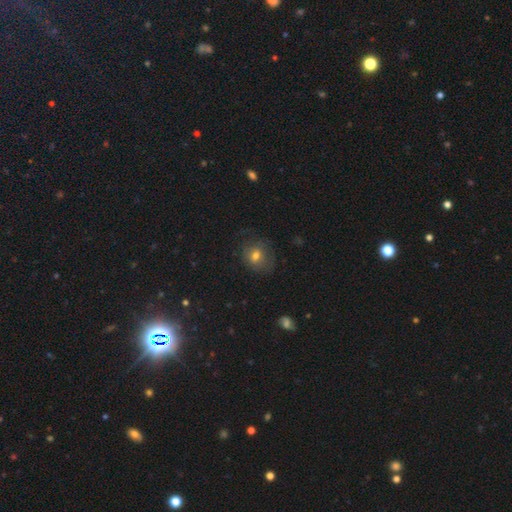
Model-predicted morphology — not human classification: Smooth or featured? Predicted: smooth (p=0.68). How rounded? Predicted: round (p=0.70). Merging? Predicted: none (p=0.65).